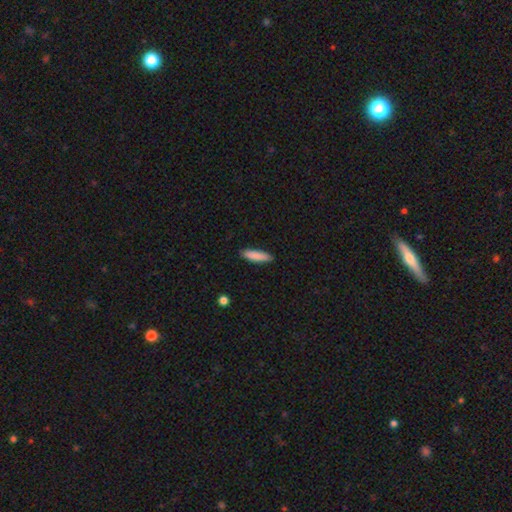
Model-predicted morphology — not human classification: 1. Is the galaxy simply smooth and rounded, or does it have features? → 88% smooth, 6% featured or disk, 6% star or artifact.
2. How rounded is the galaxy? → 72% cigar-shaped, 27% in between, 1% round.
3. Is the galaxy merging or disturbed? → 89% none, 8% minor disturbance, 2% major disturbance, 1% merger.